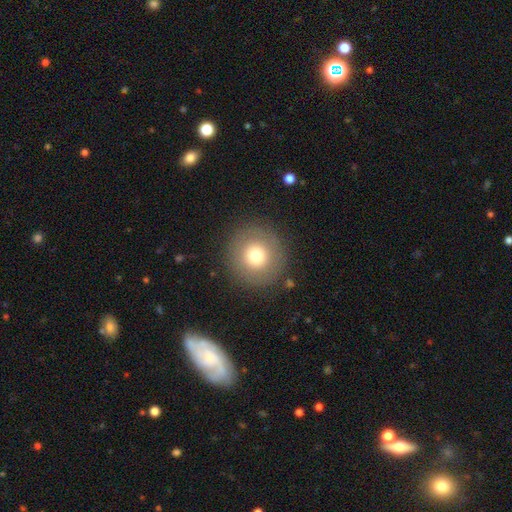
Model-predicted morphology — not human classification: smooth-or-featured: smooth: 75% | featured or disk: 15% | star or artifact: 10%
  how-rounded: round: 96% | in between: 3% | cigar-shaped: 1%
  merging: none: 88% | minor disturbance: 7% | major disturbance: 3% | merger: 1%